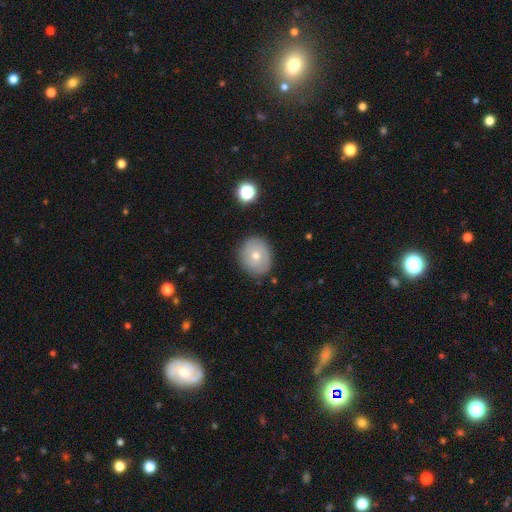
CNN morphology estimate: Smooth or featured?
  - smooth: 53% *
  - featured or disk: 36%
  - star or artifact: 11%
How rounded?
  - round: 66% *
  - in between: 33%
  - cigar-shaped: 1%
Merging?
  - none: 84% *
  - minor disturbance: 11%
  - major disturbance: 3%
  - merger: 1%